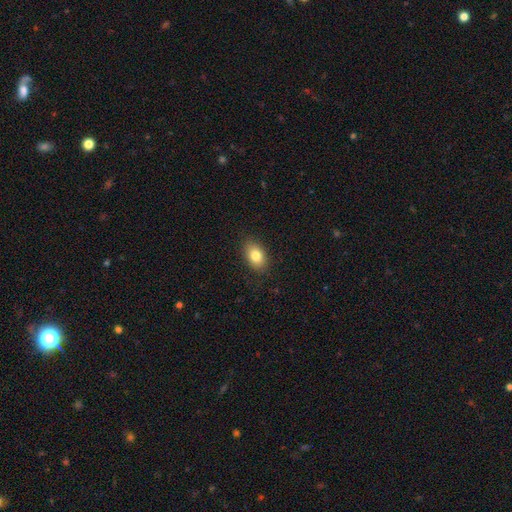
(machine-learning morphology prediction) This appears to be a smooth galaxy with no disk features (81%) that is in between round and cigar-shaped (84%). Merging: none (87%).